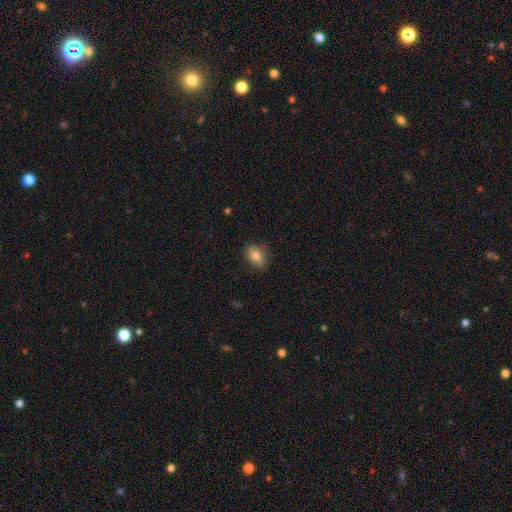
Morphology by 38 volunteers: This is clearly a smooth galaxy (89%). How rounded: clearly in between (85%). Merging: likely none (74%).